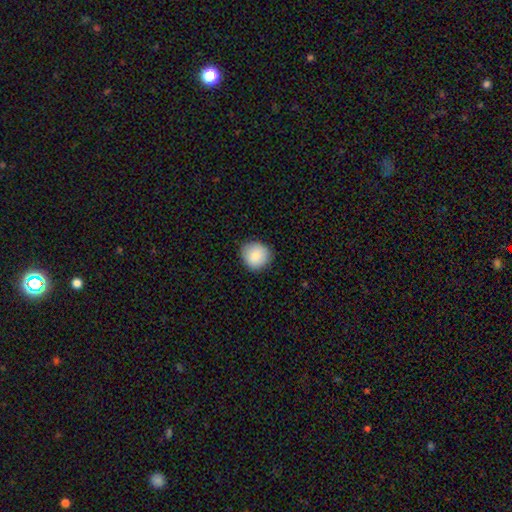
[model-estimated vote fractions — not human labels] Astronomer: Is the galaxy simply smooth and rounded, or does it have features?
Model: smooth — 85%.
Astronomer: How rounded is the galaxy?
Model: round — 89%.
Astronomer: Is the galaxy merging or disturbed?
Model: none — 87%.